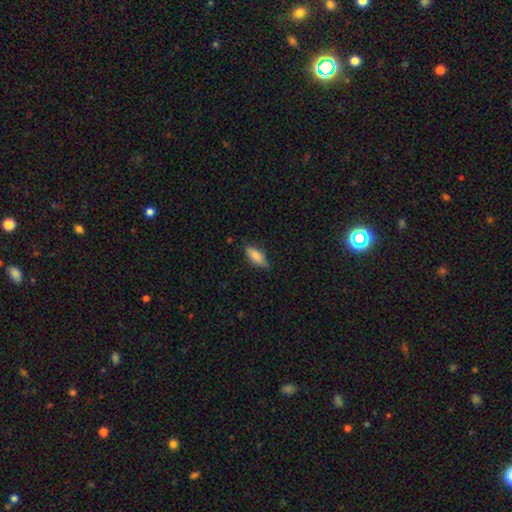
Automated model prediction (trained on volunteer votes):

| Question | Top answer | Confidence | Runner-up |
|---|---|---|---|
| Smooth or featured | smooth | 79% | featured or disk (14%) |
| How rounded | in between | 66% | cigar-shaped (31%) |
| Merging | none | 75% | minor disturbance (20%) |